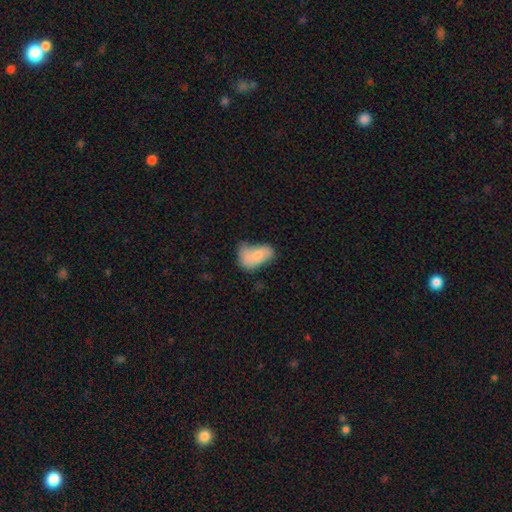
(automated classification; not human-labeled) The model was most divided on "merging": minor disturbance: 36%, none: 33%, major disturbance: 20%, merger: 12%. More confident: how rounded — in between (92%); smooth or featured — smooth (69%).